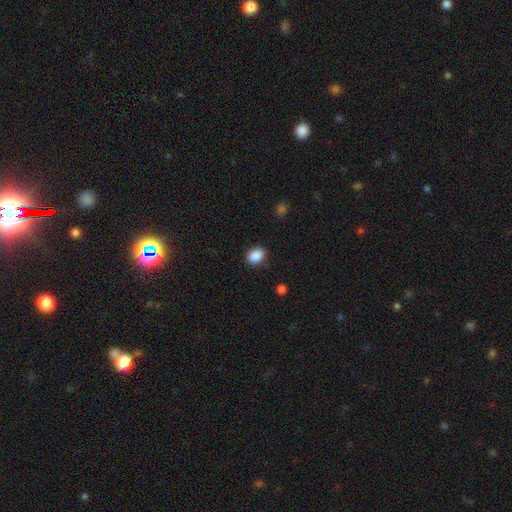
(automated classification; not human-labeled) Smooth or featured? Predicted: smooth (p=0.89). How rounded? Predicted: in between (p=0.67). Merging? Predicted: none (p=0.85).